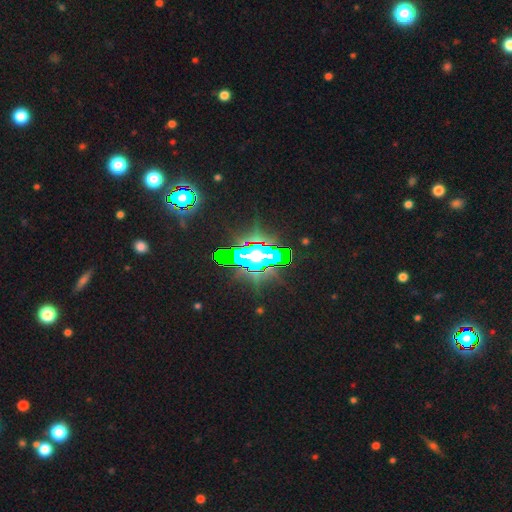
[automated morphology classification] A star or artifact, not a galaxy (68%).

Vote fractions:
- Smooth or featured? star or artifact: 68% / smooth: 16% / featured or disk: 15%